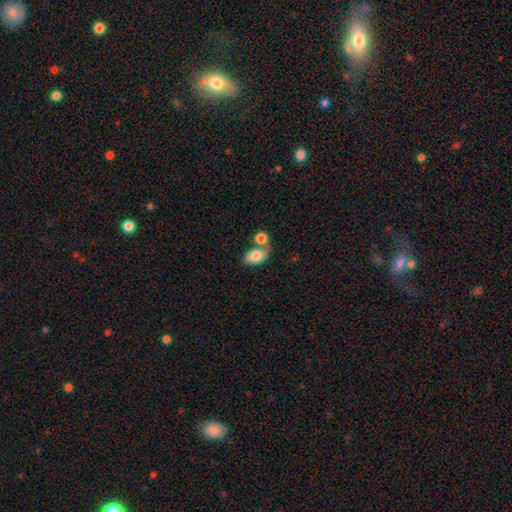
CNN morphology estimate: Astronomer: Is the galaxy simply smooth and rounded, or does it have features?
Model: smooth — 80%.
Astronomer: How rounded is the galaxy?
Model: in between — 88%.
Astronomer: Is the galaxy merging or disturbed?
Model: merger — 43% (runner-up: none, 37%).